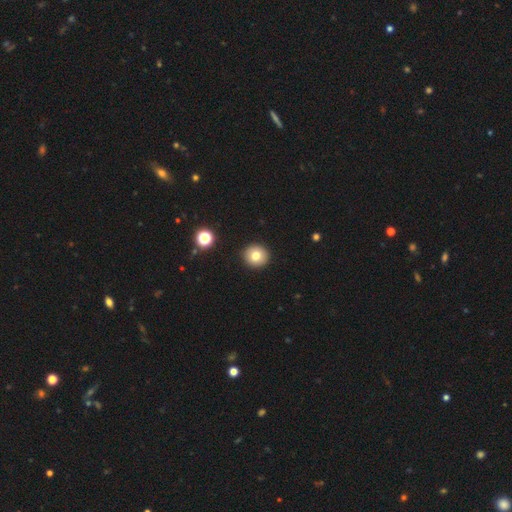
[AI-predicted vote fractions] A smooth galaxy with no disk features (78%) that is round (92%).

Vote fractions:
- Smooth or featured? smooth: 78% / star or artifact: 11% / featured or disk: 11%
- How rounded? round: 92% / in between: 7% / cigar-shaped: 1%
- Merging? none: 92% / minor disturbance: 5% / major disturbance: 2% / merger: 1%